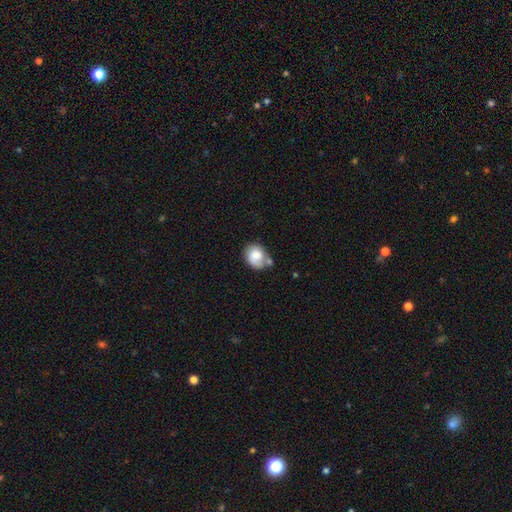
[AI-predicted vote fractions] A smooth galaxy with no disk features (71%) that is round (55%). Merging: none (41%).